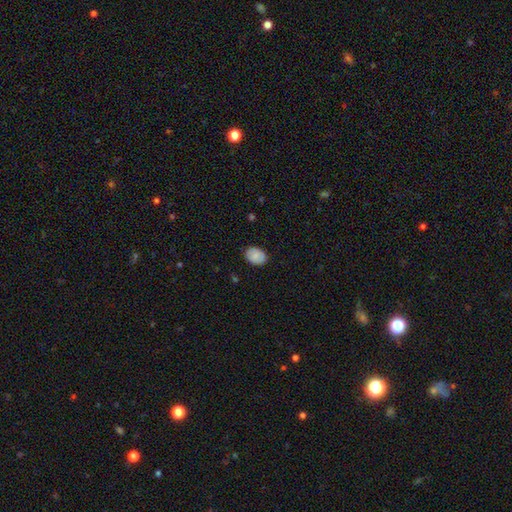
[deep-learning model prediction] Smooth or featured?
  - smooth: 81% *
  - featured or disk: 11%
  - star or artifact: 7%
How rounded?
  - in between: 71% *
  - round: 28%
  - cigar-shaped: 1%
Merging?
  - none: 84% *
  - minor disturbance: 13%
  - major disturbance: 2%
  - merger: 1%